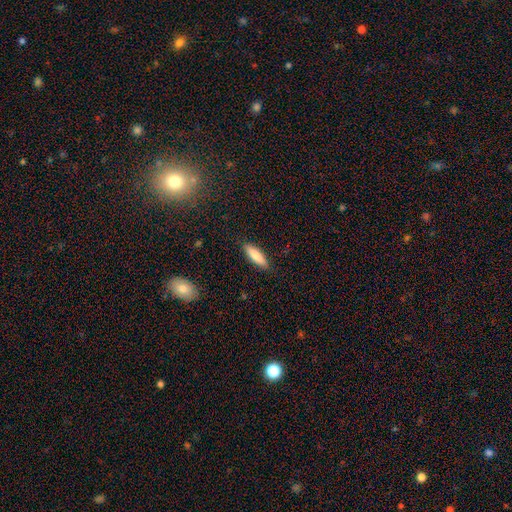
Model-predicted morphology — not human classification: type=smooth (83%); roundness=cigar-shaped (56%); merging=none (88%).